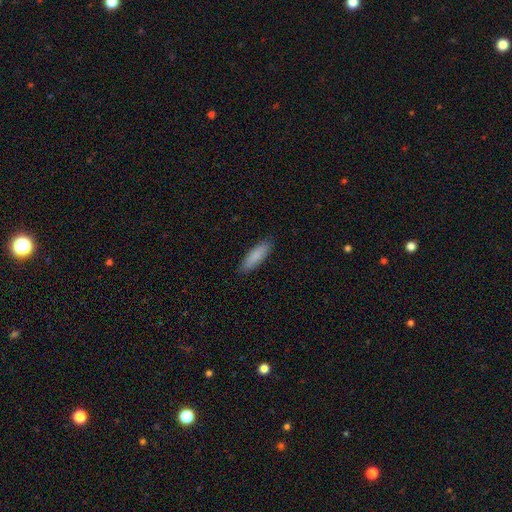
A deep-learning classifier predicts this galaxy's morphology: This is clearly a smooth galaxy (87%). How rounded: possibly cigar-shaped (56%). Merging: clearly none (87%).